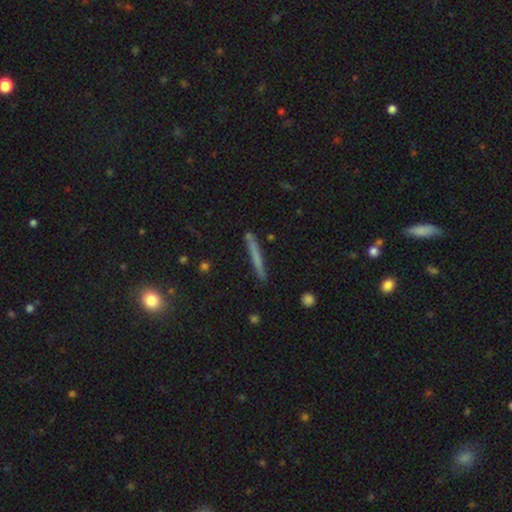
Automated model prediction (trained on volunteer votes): Smooth or featured?
  - smooth: 61% *
  - featured or disk: 31%
  - star or artifact: 8%
How rounded?
  - cigar-shaped: 96% *
  - in between: 3%
  - round: 2%
Merging?
  - none: 86% *
  - minor disturbance: 10%
  - merger: 2%
  - major disturbance: 2%